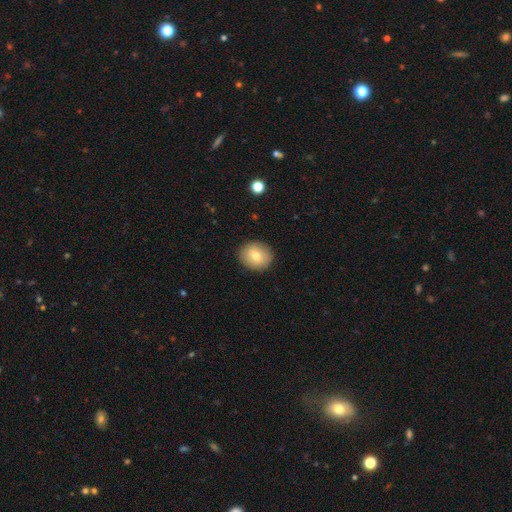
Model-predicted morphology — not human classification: Smooth or featured? Predicted: smooth (p=0.77). How rounded? Predicted: round (p=0.67). Merging? Predicted: none (p=0.90).